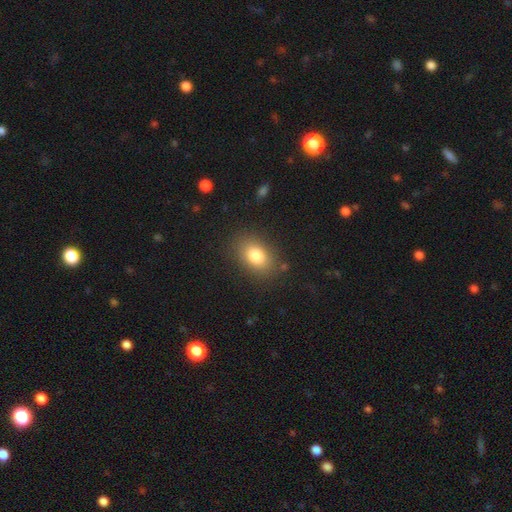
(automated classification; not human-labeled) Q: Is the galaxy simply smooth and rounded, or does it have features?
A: smooth — 83%.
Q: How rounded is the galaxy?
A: in between — 81%.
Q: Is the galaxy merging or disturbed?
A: none — 84%.